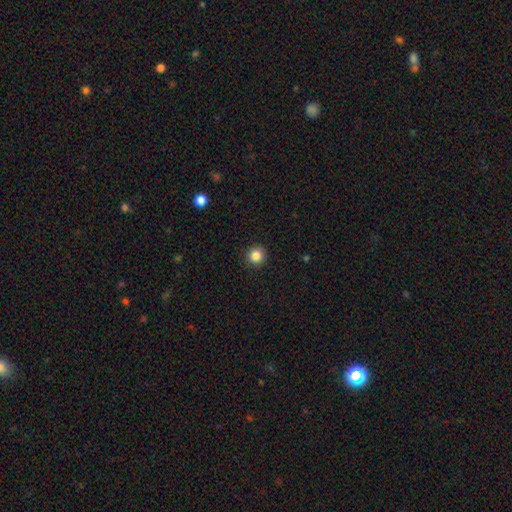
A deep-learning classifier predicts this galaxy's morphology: Smooth or featured: smooth — 85% (star or artifact — 11%)
How rounded: round — 94% (in between — 5%)
Merging: none — 93% (minor disturbance — 5%)